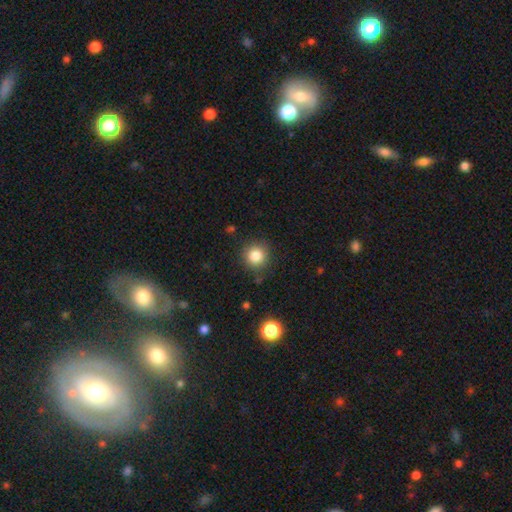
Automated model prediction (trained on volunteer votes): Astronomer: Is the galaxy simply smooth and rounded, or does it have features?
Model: smooth — 83%.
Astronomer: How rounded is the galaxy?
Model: round — 93%.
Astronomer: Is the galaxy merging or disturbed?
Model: none — 86%.